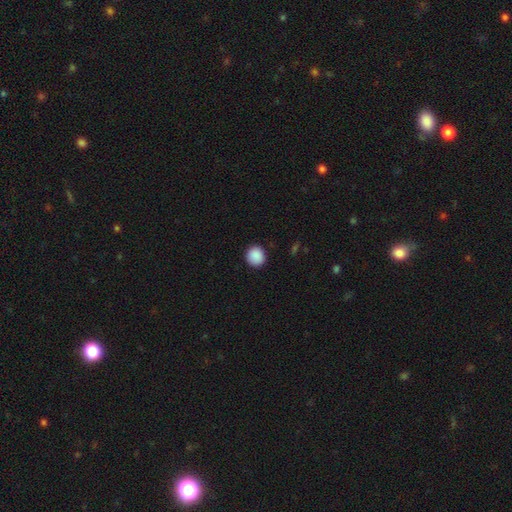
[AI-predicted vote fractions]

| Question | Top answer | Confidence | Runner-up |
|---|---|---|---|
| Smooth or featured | smooth | 90% | star or artifact (8%) |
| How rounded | round | 91% | in between (8%) |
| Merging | none | 91% | minor disturbance (6%) |